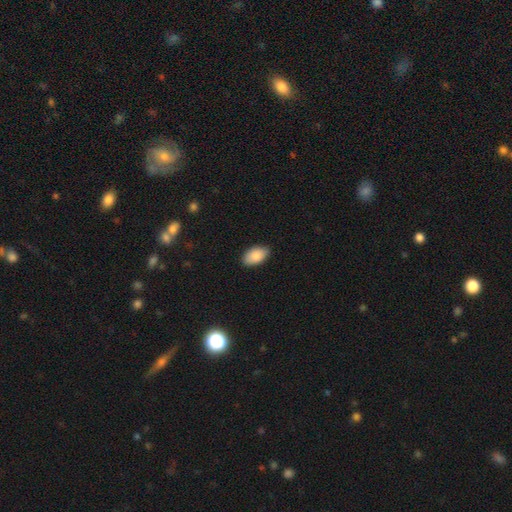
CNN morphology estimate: This is clearly a smooth galaxy (85%). How rounded: clearly in between (94%). Merging: clearly none (86%).